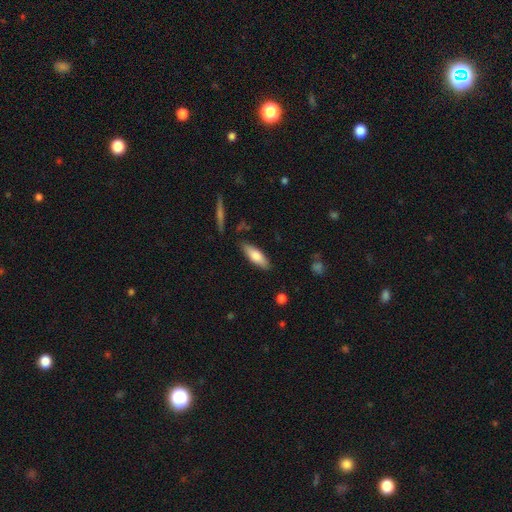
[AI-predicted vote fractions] Smooth or featured? smooth (74%)
How rounded? in between (57%)
Merging? none (85%)